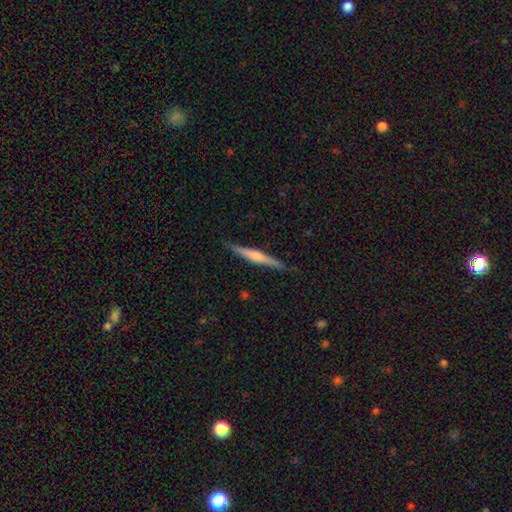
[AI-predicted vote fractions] Morphology: type=featured or disk (72%); edge-on=yes (98%); edge-on bulge=rounded (80%); merging=none (91%).